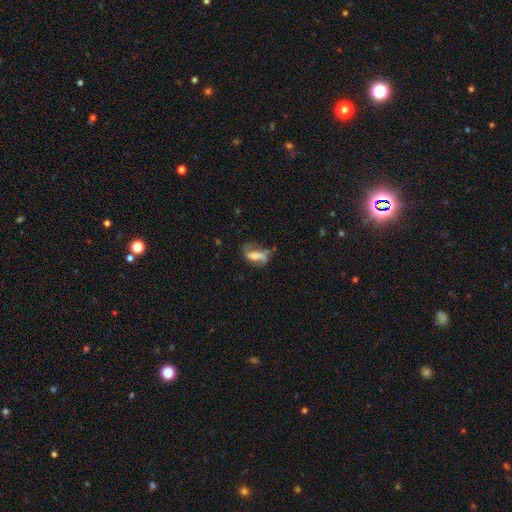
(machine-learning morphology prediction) A featured or disk galaxy (60%) with a strong bar (36%), spiral arms (74%) and a moderate central bulge (29%). Merging: none (41%).